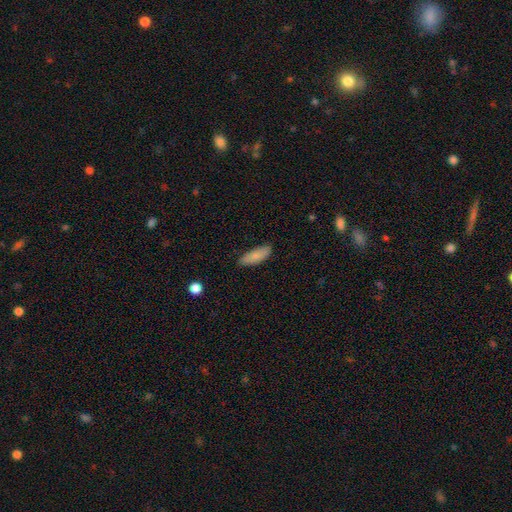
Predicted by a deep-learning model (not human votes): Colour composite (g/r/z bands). It shows a smooth galaxy with no disk features (82%) that is in between round and cigar-shaped (64%). Merging: none (84%).